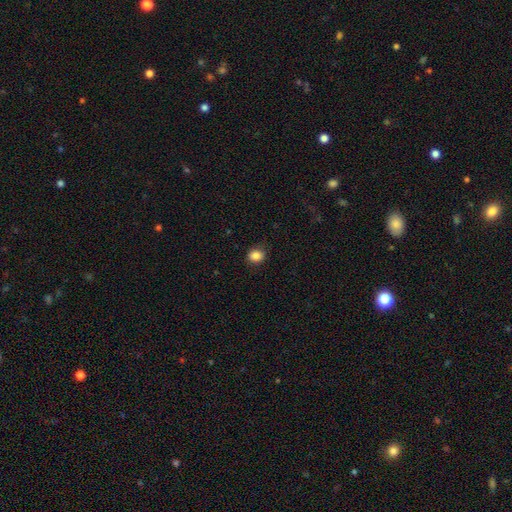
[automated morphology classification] This appears to be a smooth galaxy with no disk features (86%) that is round (63%). Merging: none (85%).